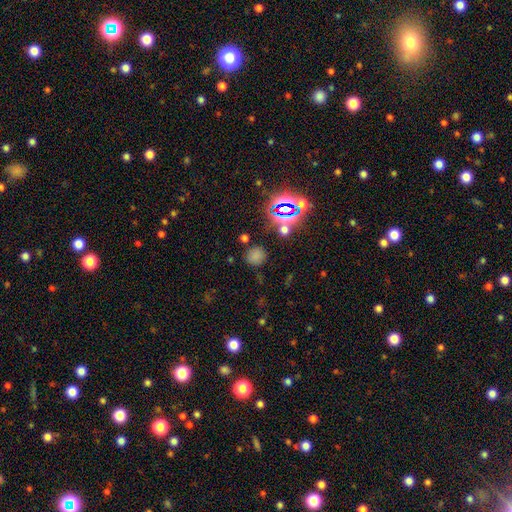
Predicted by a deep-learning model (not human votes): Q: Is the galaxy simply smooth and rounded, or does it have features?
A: smooth — 65%.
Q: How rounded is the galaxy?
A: round — 86%.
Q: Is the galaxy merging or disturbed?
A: none — 81%.